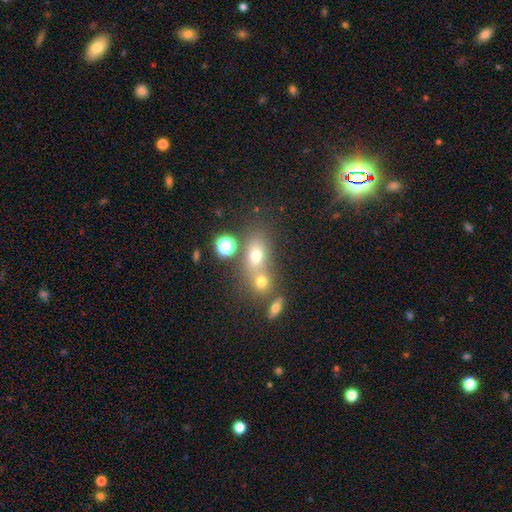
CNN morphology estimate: Overall: smooth (66%). How rounded: in between (57%; round 39%). Merging: none (46%; merger 39%).